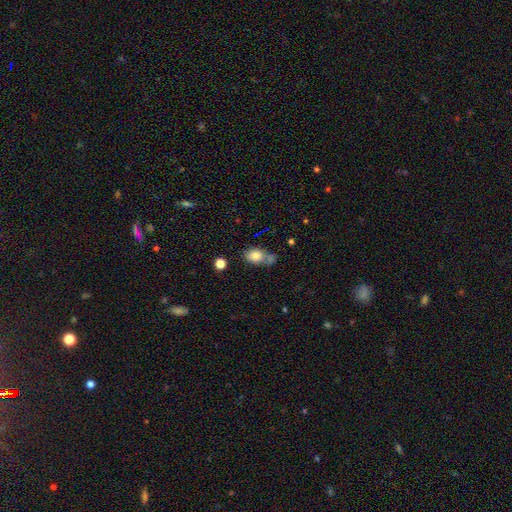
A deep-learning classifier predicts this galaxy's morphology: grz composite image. It shows a smooth galaxy with no disk features (78%) that is in between round and cigar-shaped (69%). Merging: none (46%).